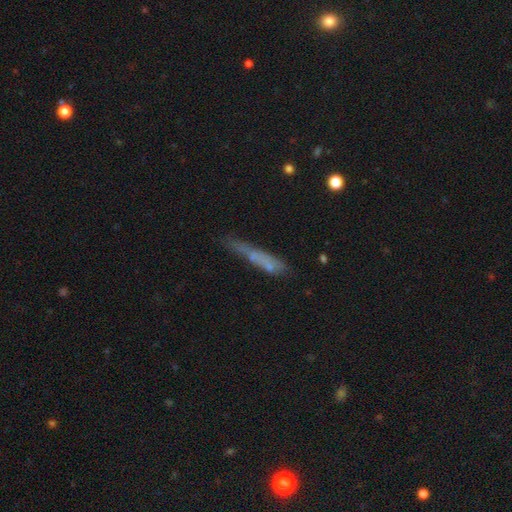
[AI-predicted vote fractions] Smooth or featured: smooth — 54% (featured or disk — 33%)
How rounded: cigar-shaped — 91% (in between — 7%)
Merging: none — 56% (minor disturbance — 24%)